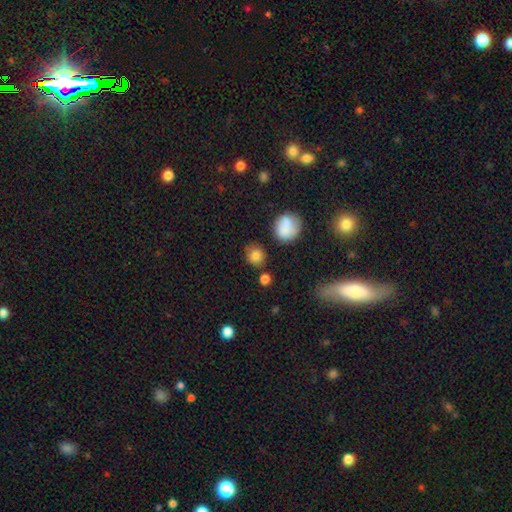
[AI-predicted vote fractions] A smooth galaxy with no disk features (83%) that is round (74%).

Vote fractions:
- Smooth or featured? smooth: 83% / star or artifact: 11% / featured or disk: 7%
- How rounded? round: 74% / in between: 25% / cigar-shaped: 1%
- Merging? none: 77% / minor disturbance: 13% / merger: 7% / major disturbance: 4%